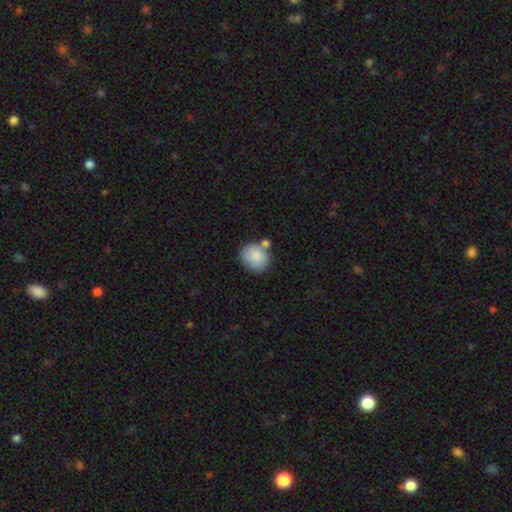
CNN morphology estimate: A smooth galaxy with no disk features (84%) that is round (72%).

Vote fractions:
- Smooth or featured? smooth: 84% / featured or disk: 9% / star or artifact: 7%
- How rounded? round: 72% / in between: 27% / cigar-shaped: 1%
- Merging? none: 62% / merger: 18% / minor disturbance: 16% / major disturbance: 4%